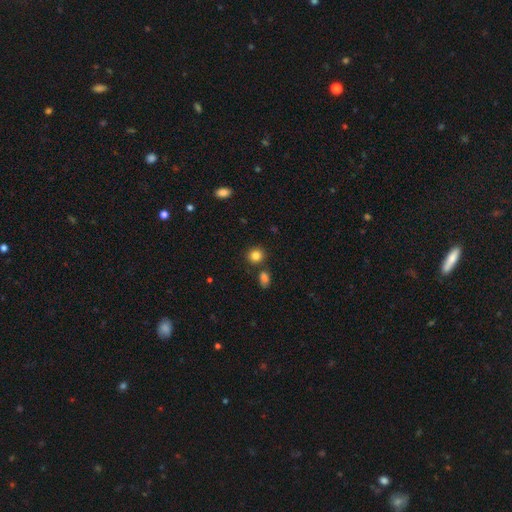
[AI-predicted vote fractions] Smooth or featured? smooth (84%)
How rounded? round (84%)
Merging? none (81%)